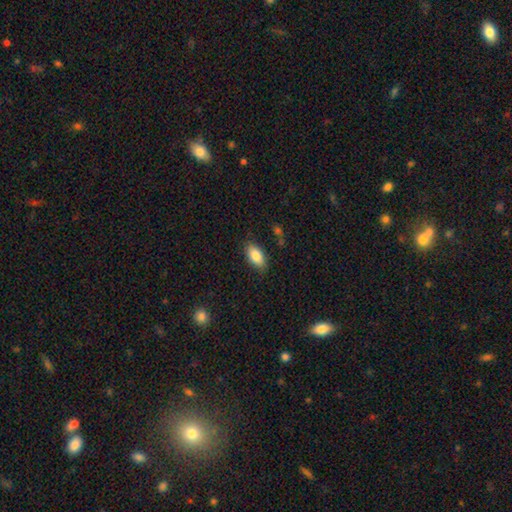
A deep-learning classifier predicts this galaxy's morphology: Smooth or featured? smooth (85%)
How rounded? in between (91%)
Merging? none (83%)